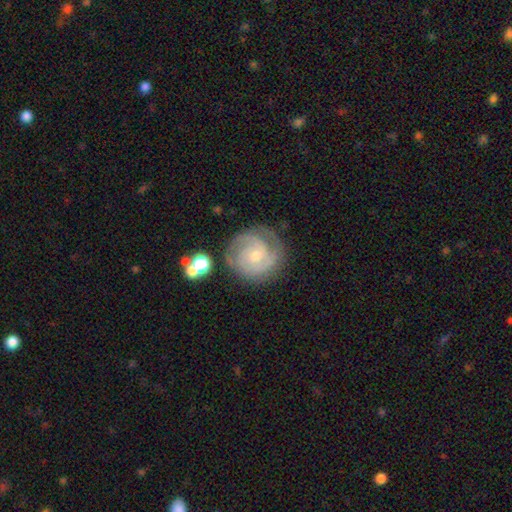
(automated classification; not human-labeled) Smooth or featured? Predicted: featured or disk (p=0.83). Edge-on disk? Predicted: no (p=0.98). Bar? Predicted: no (p=0.67). Spiral arms? Predicted: yes (p=0.97). Spiral winding? Predicted: tight (p=0.66). Spiral arm count? Predicted: 2 (p=0.42). Bulge size? Predicted: small (p=0.64). Merging? Predicted: none (p=0.78).